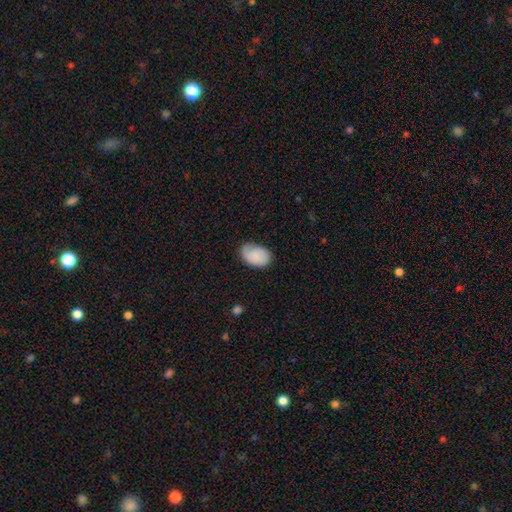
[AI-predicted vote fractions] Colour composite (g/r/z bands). It shows a smooth galaxy with no disk features (77%) that is in between round and cigar-shaped (86%). Merging: none (62%).